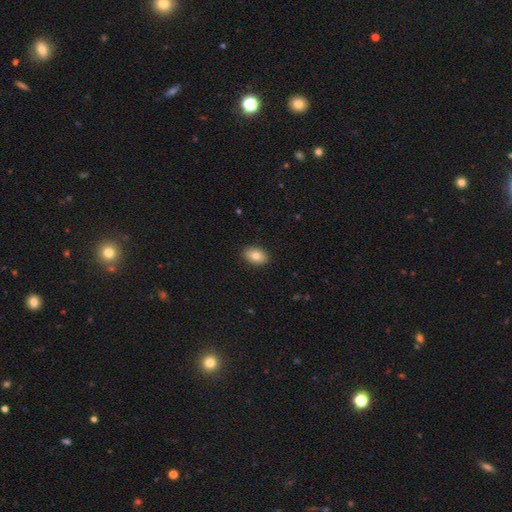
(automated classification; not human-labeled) smooth_or_featured: smooth (p=0.81) [alt: featured or disk p=0.11]
how_rounded: in between (p=0.90) [alt: round p=0.09]
merging: none (p=0.90) [alt: minor disturbance p=0.08]